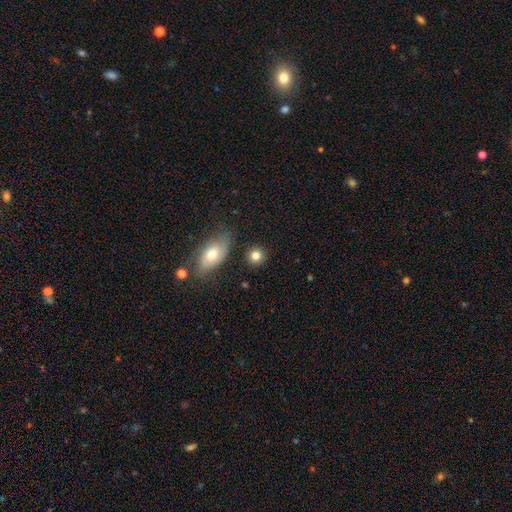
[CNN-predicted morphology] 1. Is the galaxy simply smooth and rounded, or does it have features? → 82% smooth, 9% star or artifact, 8% featured or disk.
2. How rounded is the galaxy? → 84% round, 14% in between, 2% cigar-shaped.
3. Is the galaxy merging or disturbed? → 84% none, 9% minor disturbance, 4% merger, 3% major disturbance.